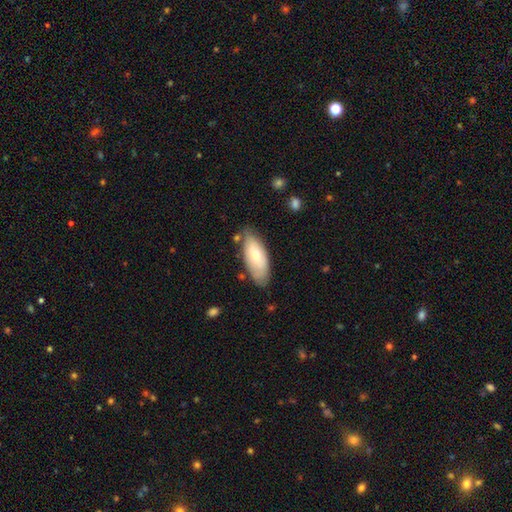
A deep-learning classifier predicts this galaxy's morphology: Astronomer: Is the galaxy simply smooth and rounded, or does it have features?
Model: smooth — 66%.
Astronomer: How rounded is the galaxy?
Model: in between — 85%.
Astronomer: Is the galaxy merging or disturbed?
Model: none — 74%.